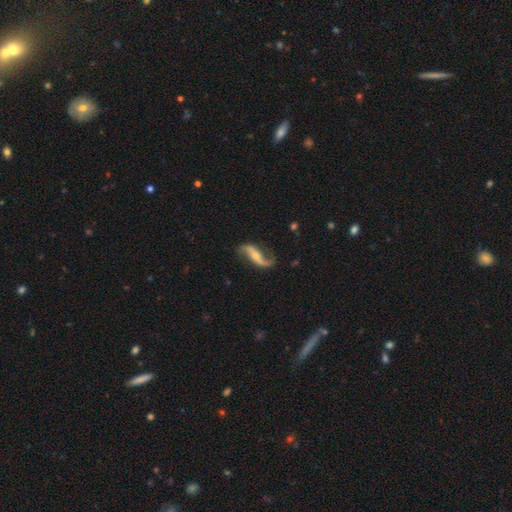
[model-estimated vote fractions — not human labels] Smooth or featured?
  - featured or disk: 87% *
  - smooth: 8%
  - star or artifact: 5%
Edge-on disk?
  - no: 93% *
  - yes: 7%
Bar?
  - strong: 37% *
  - no: 34%
  - weak: 29%
Spiral arms?
  - yes: 96% *
  - no: 4%
Spiral winding?
  - loose: 88% *
  - medium: 9%
  - tight: 3%
Spiral arm count?
  - 2: 92% *
  - 1: 4%
  - can't tell: 2%
  - 3: 1%
  - 4: 1%
  - more than 4: 1%
Bulge size?
  - small: 57% *
  - moderate: 32%
  - none: 7%
  - large: 3%
  - dominant: 1%
Merging?
  - none: 74% *
  - minor disturbance: 16%
  - major disturbance: 8%
  - merger: 3%